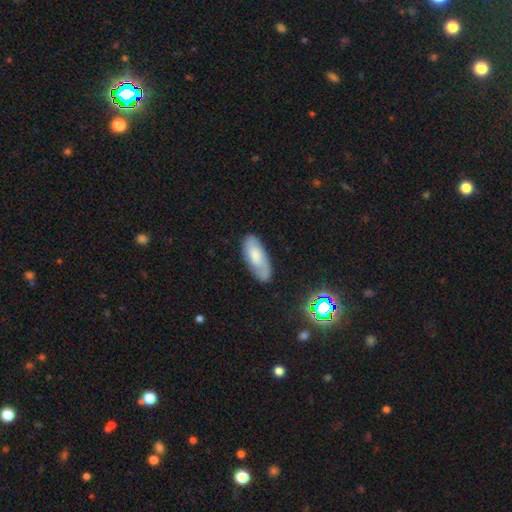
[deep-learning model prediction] Q: Smooth or featured?
A: smooth (65%); runner-up: featured or disk (27%)
Q: How rounded?
A: in between (79%); runner-up: cigar-shaped (19%)
Q: Merging?
A: none (73%); runner-up: minor disturbance (20%)